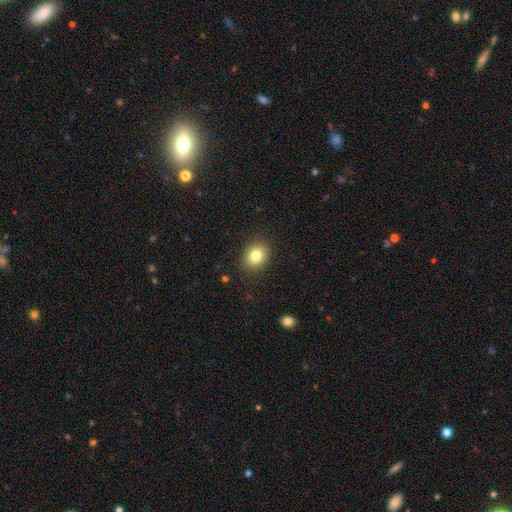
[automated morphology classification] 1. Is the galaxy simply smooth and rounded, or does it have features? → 82% smooth, 10% star or artifact, 9% featured or disk.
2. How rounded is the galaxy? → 51% round, 49% in between, 1% cigar-shaped.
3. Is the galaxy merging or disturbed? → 88% none, 8% minor disturbance, 3% major disturbance, 1% merger.